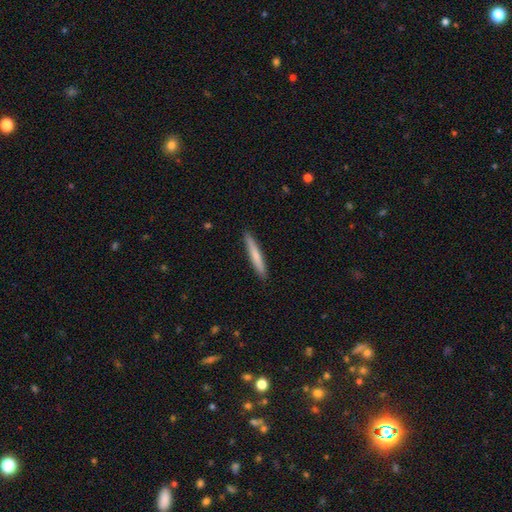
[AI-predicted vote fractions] A smooth galaxy with no disk features (71%) that is cigar-shaped (95%).

Vote fractions:
- Smooth or featured? smooth: 71% / featured or disk: 24% / star or artifact: 5%
- How rounded? cigar-shaped: 95% / in between: 3% / round: 1%
- Merging? none: 91% / minor disturbance: 7% / major disturbance: 1% / merger: 1%